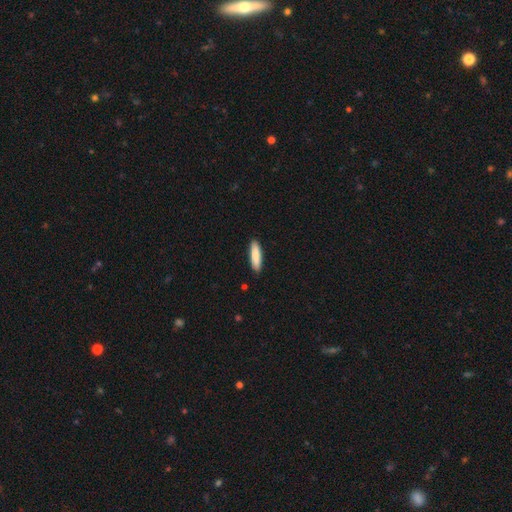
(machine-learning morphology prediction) Smooth or featured? Predicted: smooth (p=0.86). How rounded? Predicted: cigar-shaped (p=0.70). Merging? Predicted: none (p=0.89).